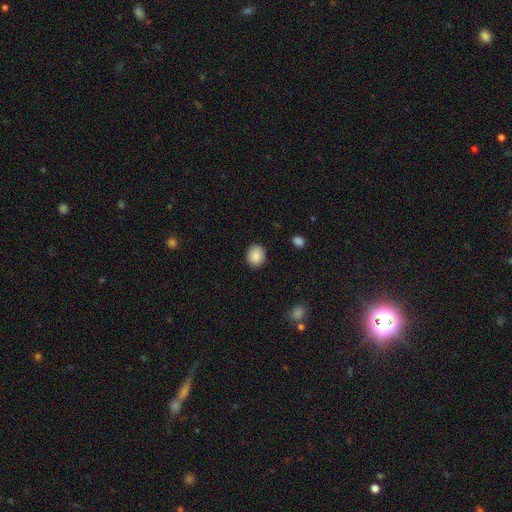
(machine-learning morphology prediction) Smooth or featured: smooth — 87% (star or artifact — 8%)
How rounded: round — 71% (in between — 28%)
Merging: none — 89% (minor disturbance — 7%)